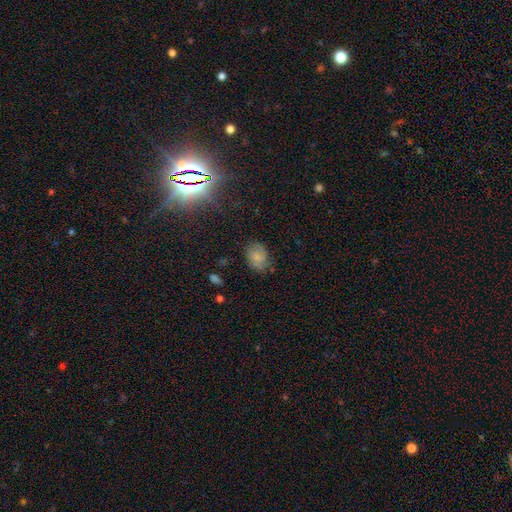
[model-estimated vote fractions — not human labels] Morphology: type=smooth (49%); merging=none (69%).